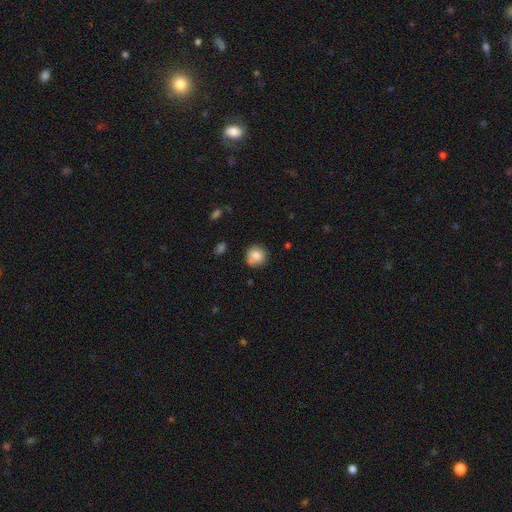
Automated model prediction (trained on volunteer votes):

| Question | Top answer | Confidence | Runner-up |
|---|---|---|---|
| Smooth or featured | smooth | 83% | star or artifact (9%) |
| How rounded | round | 91% | in between (8%) |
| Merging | none | 80% | minor disturbance (14%) |